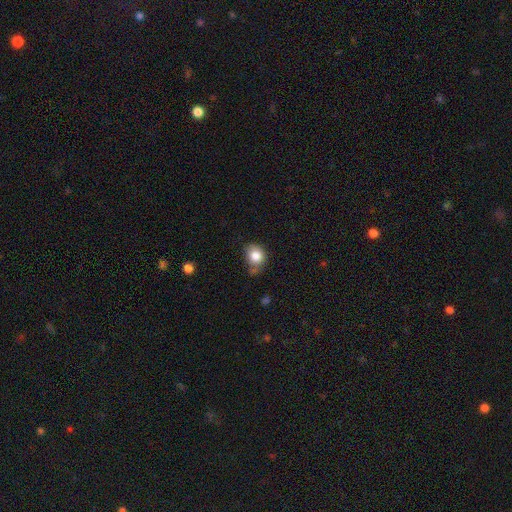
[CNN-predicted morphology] smooth-or-featured: smooth: 82% | star or artifact: 9% | featured or disk: 9%
  how-rounded: round: 59% | in between: 40% | cigar-shaped: 1%
  merging: none: 54% | minor disturbance: 31% | major disturbance: 8% | merger: 7%